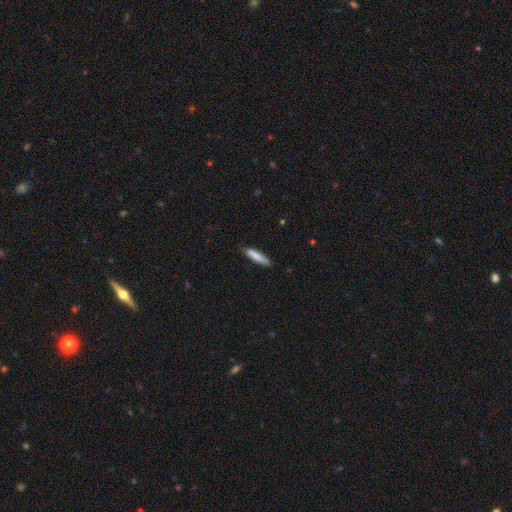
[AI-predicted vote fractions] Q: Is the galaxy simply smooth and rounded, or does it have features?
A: smooth — 82%.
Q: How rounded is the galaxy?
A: cigar-shaped — 82%.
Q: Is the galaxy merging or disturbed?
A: none — 80%.